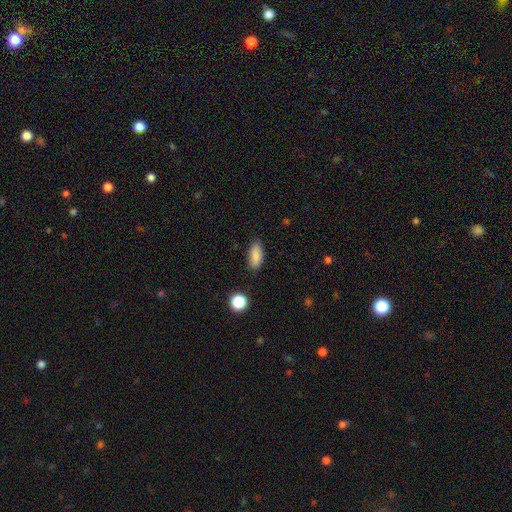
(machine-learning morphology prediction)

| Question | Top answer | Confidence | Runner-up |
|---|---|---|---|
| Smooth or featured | smooth | 86% | star or artifact (8%) |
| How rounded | in between | 82% | cigar-shaped (14%) |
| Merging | none | 84% | minor disturbance (12%) |